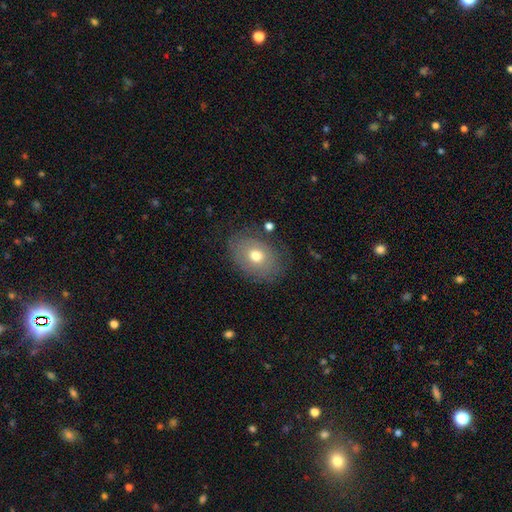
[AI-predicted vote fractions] This appears to be a smooth galaxy with no disk features (65%) that is in between round and cigar-shaped (71%). Merging: none (75%).